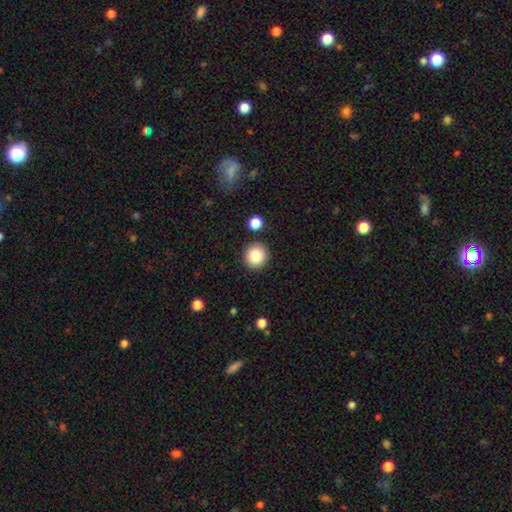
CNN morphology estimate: Smooth or featured? Predicted: smooth (p=0.85). How rounded? Predicted: round (p=0.93). Merging? Predicted: none (p=0.90).